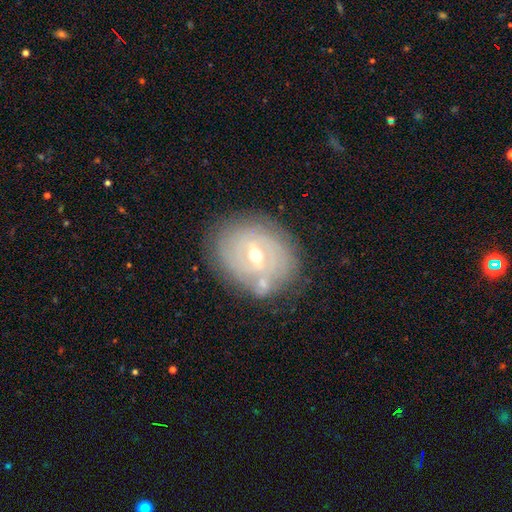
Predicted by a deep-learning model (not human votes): Smooth or featured? featured or disk (80%)
Edge-on disk? no (96%)
Bar? weak (58%)
Spiral arms? yes (85%)
Spiral winding? tight (77%)
Spiral arm count? can't tell (46%)
Bulge size? moderate (58%)
Merging? none (73%)